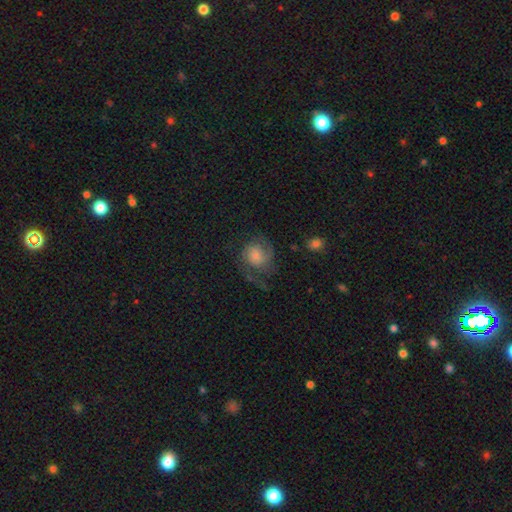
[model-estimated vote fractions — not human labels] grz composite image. It shows a featured or disk galaxy (67%) with no bar (72%), 2 (70%) medium (46%) spiral arms (92%) and a small central bulge (44%). Merging: none (60%).